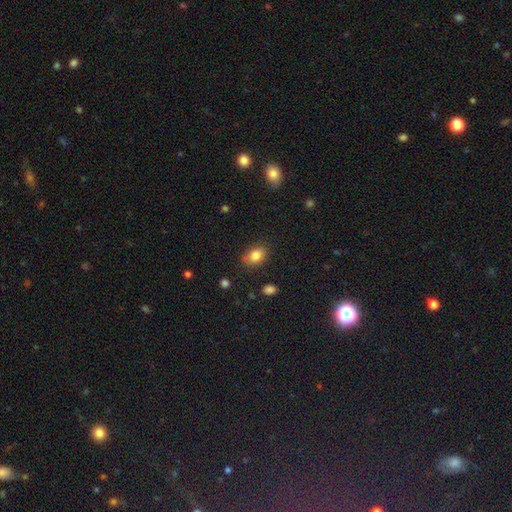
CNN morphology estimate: Q: Smooth or featured?
A: smooth (83%); runner-up: star or artifact (9%)
Q: How rounded?
A: in between (73%); runner-up: round (25%)
Q: Merging?
A: none (82%); runner-up: minor disturbance (13%)